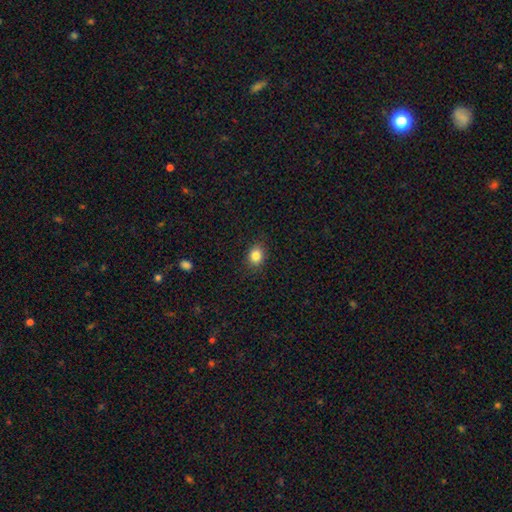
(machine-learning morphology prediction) Smooth or featured? Predicted: smooth (p=0.84). How rounded? Predicted: round (p=0.57). Merging? Predicted: none (p=0.88).